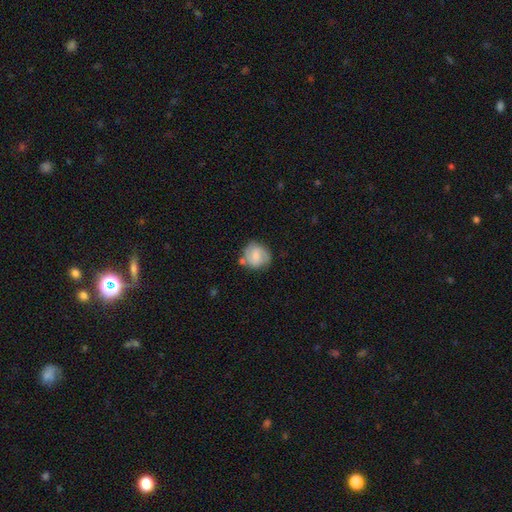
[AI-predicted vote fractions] Overall: smooth (50%; featured or disk 43%). Merging: none (61%; minor disturbance 23%).